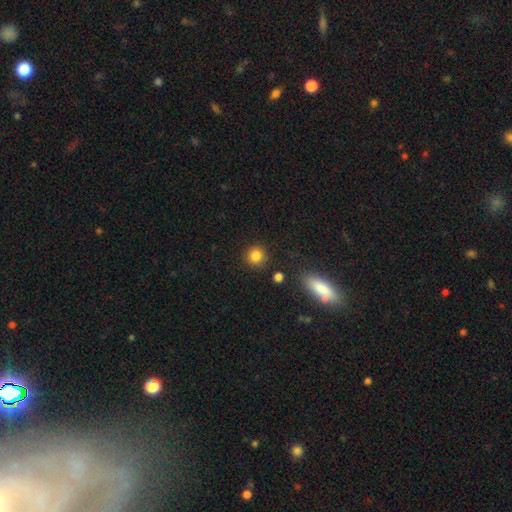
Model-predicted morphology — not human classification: A smooth galaxy with no disk features (84%) that is round (91%).

Vote fractions:
- Smooth or featured? smooth: 84% / star or artifact: 11% / featured or disk: 4%
- How rounded? round: 91% / in between: 8% / cigar-shaped: 1%
- Merging? none: 87% / minor disturbance: 7% / merger: 3% / major disturbance: 3%